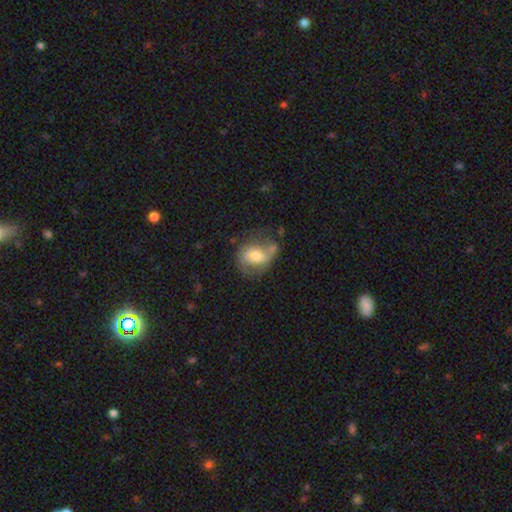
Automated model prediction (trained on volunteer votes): Q: Smooth or featured?
A: featured or disk (48%); runner-up: smooth (44%)
Q: Merging?
A: none (51%); runner-up: minor disturbance (27%)